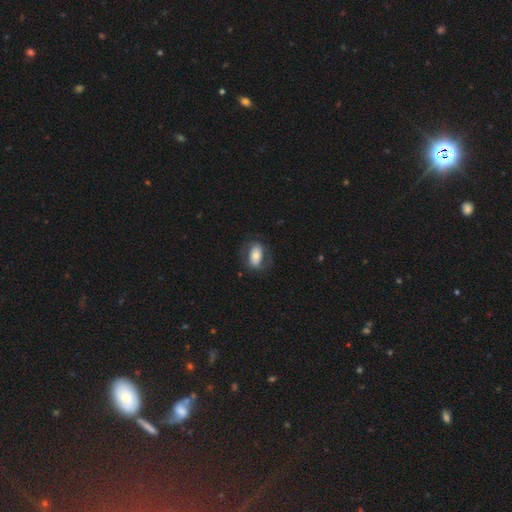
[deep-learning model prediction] smooth 52%, featured or disk 41%, star or artifact 7%. Down the decision tree: how rounded — in between (85%); merging — none (66%).